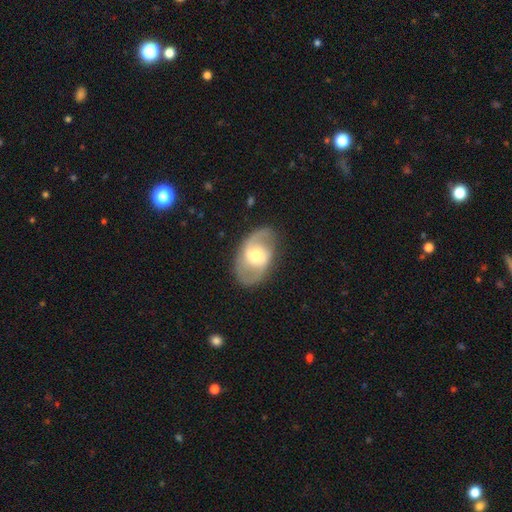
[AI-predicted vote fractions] The model was most divided on "bar": weak: 44%, no: 40%, strong: 16%. Remaining: edge-on disk — no (95%); spiral arm count — 2 (87%); spiral arms — yes (84%); merging — none (81%); smooth or featured — featured or disk (75%); bulge size — moderate (63%); spiral winding — medium (49%).